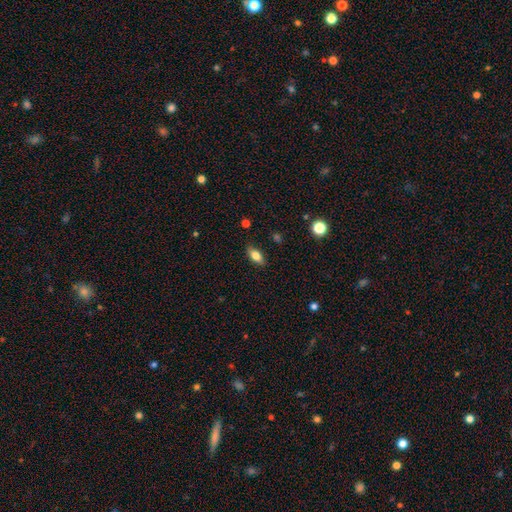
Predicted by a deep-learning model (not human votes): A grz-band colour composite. It shows a smooth galaxy with no disk features (72%) that is in between round and cigar-shaped (82%). Merging: none (85%).